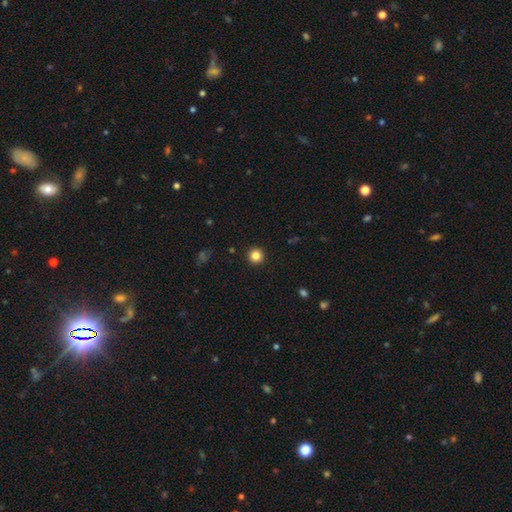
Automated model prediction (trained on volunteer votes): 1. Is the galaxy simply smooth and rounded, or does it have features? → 84% smooth, 12% star or artifact, 5% featured or disk.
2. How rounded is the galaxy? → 96% round, 3% in between, 1% cigar-shaped.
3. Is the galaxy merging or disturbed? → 93% none, 4% minor disturbance, 2% major disturbance, 1% merger.